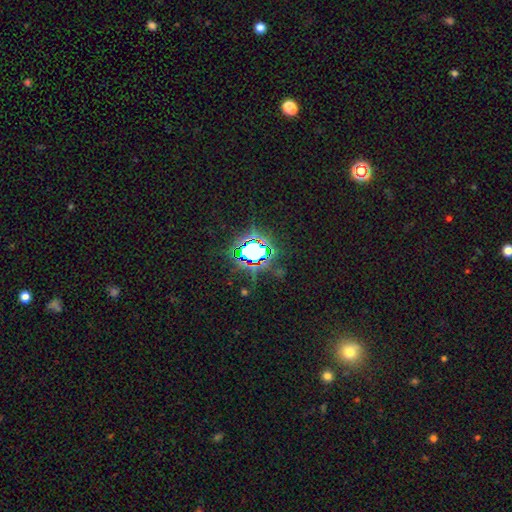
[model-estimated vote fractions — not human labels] smooth-or-featured: star or artifact: 77% | smooth: 14% | featured or disk: 9%